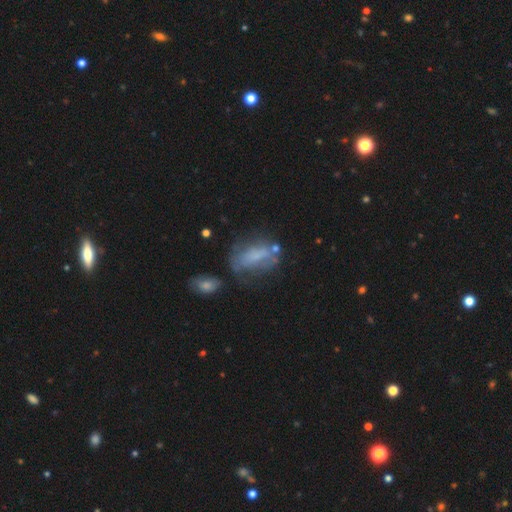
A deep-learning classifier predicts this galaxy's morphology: This appears to be a smooth galaxy with no disk features (48%). Merging: none (39%).